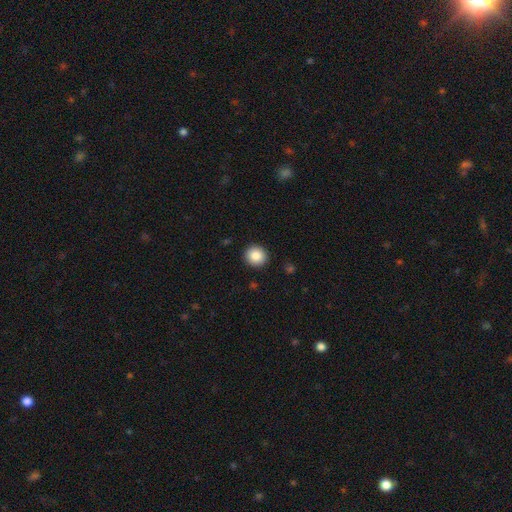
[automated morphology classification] The model was most divided on "smooth or featured": smooth: 87%, star or artifact: 9%, featured or disk: 5%. More confident: merging — none (92%); how rounded — round (91%).